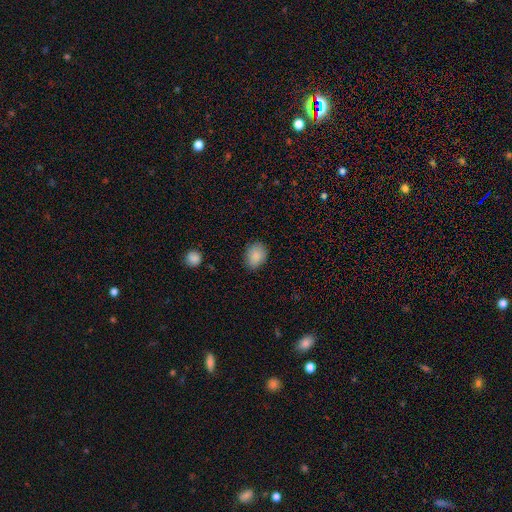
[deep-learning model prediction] smooth-or-featured: smooth: 87% | star or artifact: 8% | featured or disk: 5%
  how-rounded: in between: 59% | round: 40% | cigar-shaped: 1%
  merging: none: 80% | minor disturbance: 16% | major disturbance: 3% | merger: 1%